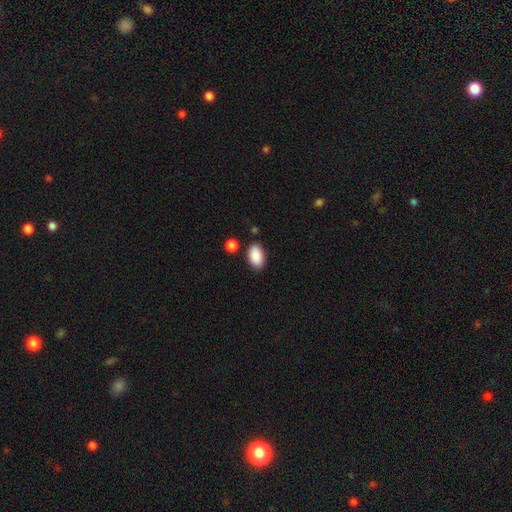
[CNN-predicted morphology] A smooth galaxy with no disk features (90%) that is in between round and cigar-shaped (93%).

Vote fractions:
- Smooth or featured? smooth: 90% / star or artifact: 7% / featured or disk: 4%
- How rounded? in between: 93% / round: 5% / cigar-shaped: 2%
- Merging? none: 82% / minor disturbance: 11% / merger: 4% / major disturbance: 3%